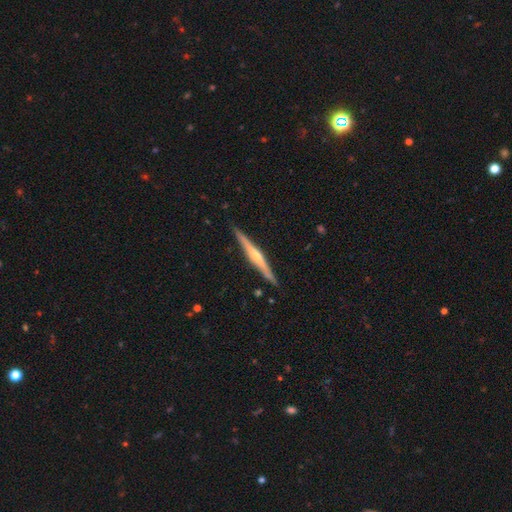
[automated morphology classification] Q: Smooth or featured?
A: featured or disk (74%); runner-up: smooth (21%)
Q: Edge-on disk?
A: yes (98%); runner-up: no (2%)
Q: Edge-on bulge?
A: rounded (79%); runner-up: none (14%)
Q: Merging?
A: none (90%); runner-up: minor disturbance (7%)